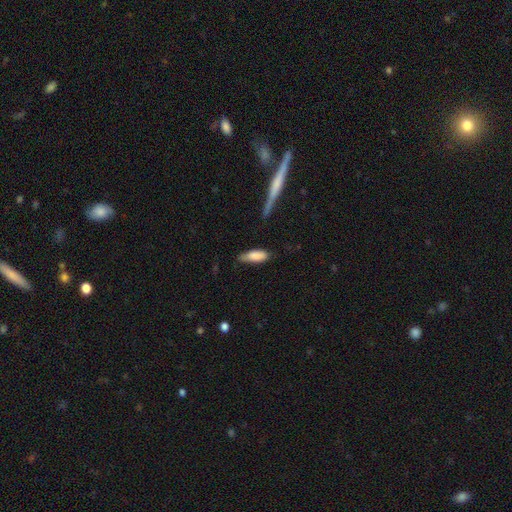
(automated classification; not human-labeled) smooth 84%, featured or disk 10%, star or artifact 6%. Down the decision tree: how rounded — in between (66%); merging — none (60%).